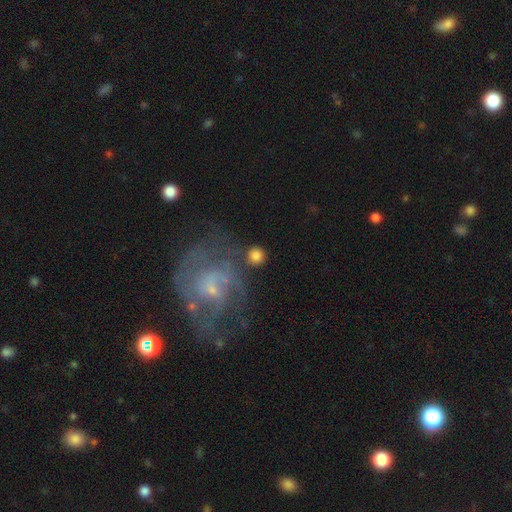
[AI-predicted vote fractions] Morphology: type=smooth (78%); roundness=round (93%); merging=none (78%).